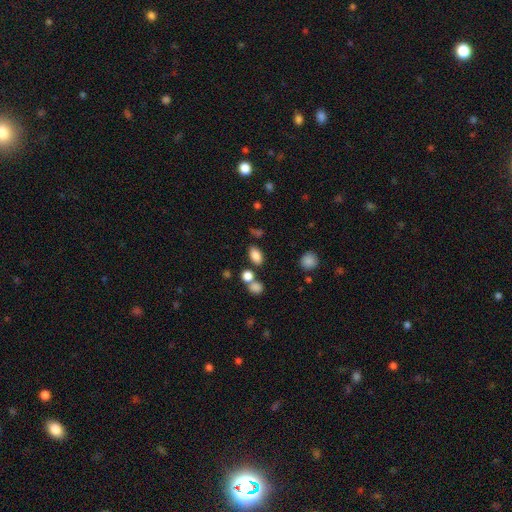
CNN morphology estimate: Q: Smooth or featured?
A: smooth (83%); runner-up: star or artifact (11%)
Q: How rounded?
A: in between (86%); runner-up: round (13%)
Q: Merging?
A: none (74%); runner-up: merger (11%)